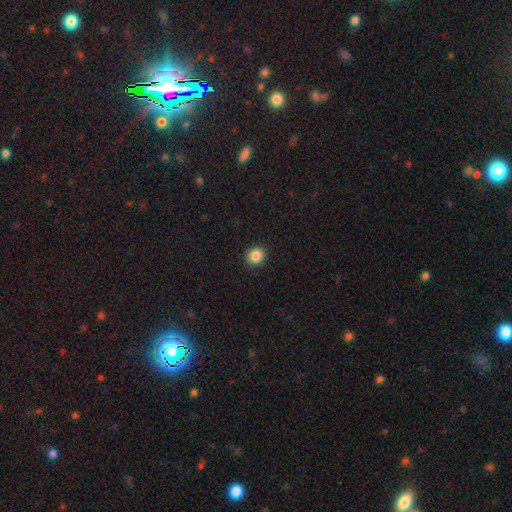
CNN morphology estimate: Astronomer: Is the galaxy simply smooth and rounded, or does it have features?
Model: smooth — 87%.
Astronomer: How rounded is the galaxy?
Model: round — 74%.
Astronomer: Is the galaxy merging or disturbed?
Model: none — 92%.